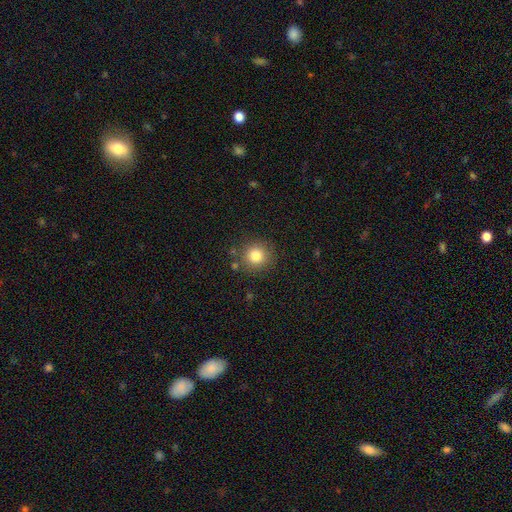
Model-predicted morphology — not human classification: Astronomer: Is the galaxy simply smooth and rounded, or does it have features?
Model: smooth — 82%.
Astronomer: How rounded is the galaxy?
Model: round — 92%.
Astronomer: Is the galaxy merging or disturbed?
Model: none — 84%.